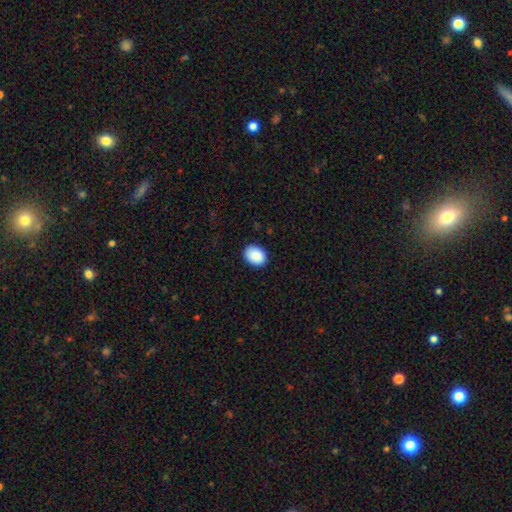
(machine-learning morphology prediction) Smooth or featured? Predicted: smooth (p=0.90). How rounded? Predicted: in between (p=0.69). Merging? Predicted: none (p=0.89).